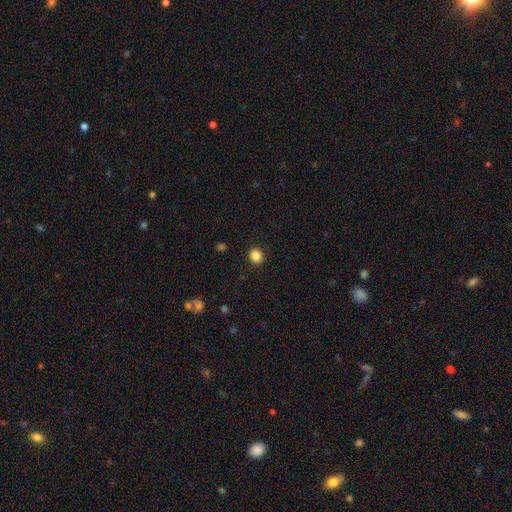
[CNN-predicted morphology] smooth_or_featured: smooth (p=0.86) [alt: star or artifact p=0.11]
how_rounded: round (p=0.83) [alt: in between p=0.16]
merging: none (p=0.91) [alt: minor disturbance p=0.06]